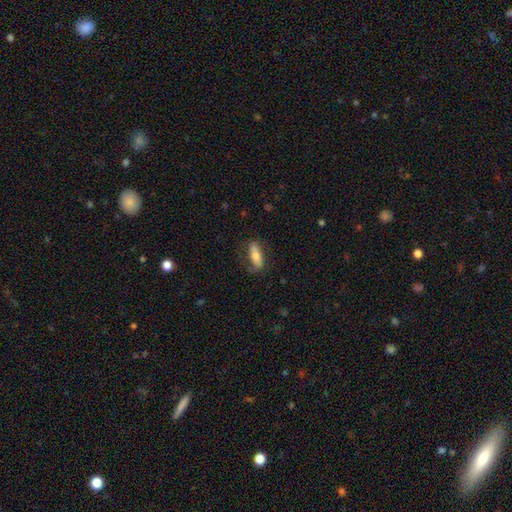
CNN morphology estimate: A smooth galaxy with no disk features (63%) that is in between round and cigar-shaped (61%). Merging: none (70%).